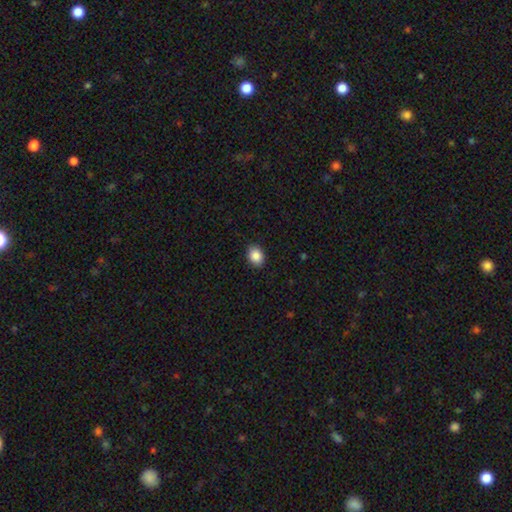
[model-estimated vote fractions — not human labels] Smooth or featured: smooth — 88% (star or artifact — 8%)
How rounded: in between — 65% (round — 34%)
Merging: none — 89% (minor disturbance — 8%)